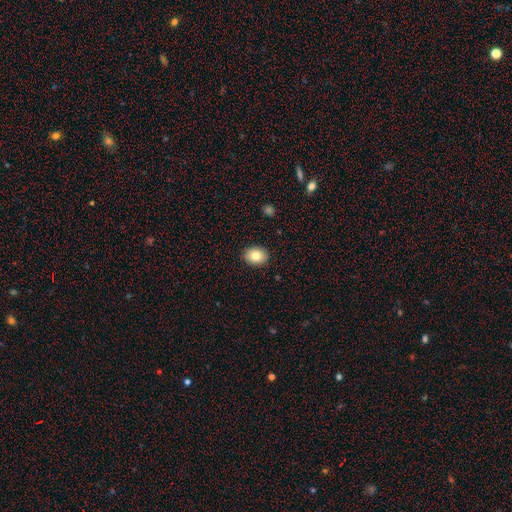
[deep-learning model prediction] smooth-or-featured: smooth: 83% | featured or disk: 9% | star or artifact: 8%
  how-rounded: in between: 60% | round: 39% | cigar-shaped: 1%
  merging: none: 89% | minor disturbance: 8% | major disturbance: 2% | merger: 1%